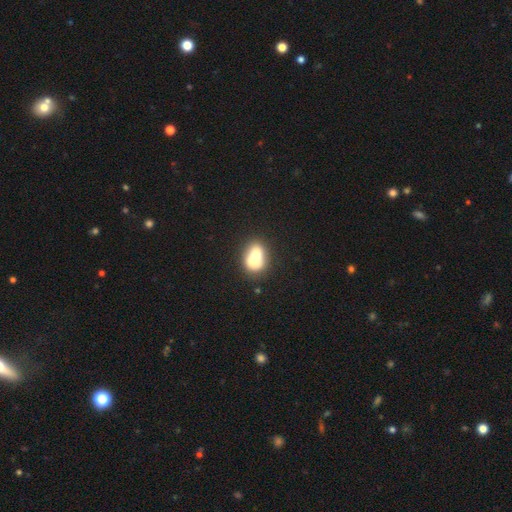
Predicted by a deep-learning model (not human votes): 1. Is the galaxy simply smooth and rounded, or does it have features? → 71% smooth, 20% featured or disk, 9% star or artifact.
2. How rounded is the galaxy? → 70% in between, 27% round, 2% cigar-shaped.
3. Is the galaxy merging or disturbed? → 43% none, 34% merger, 16% minor disturbance, 6% major disturbance.